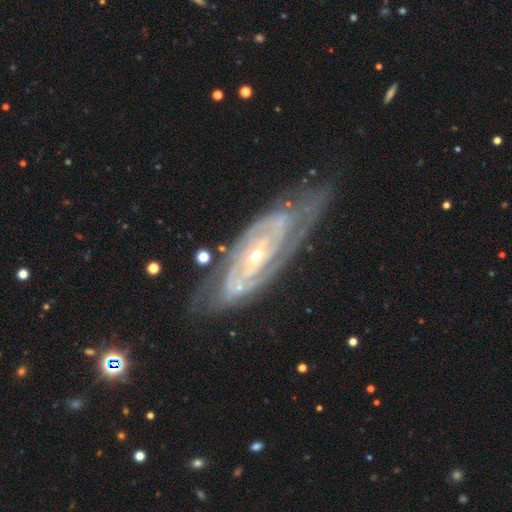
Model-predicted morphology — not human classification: A featured or disk galaxy (89%) with no bar (52%), 2 (50%) tight (67%) spiral arms (96%) and a small central bulge (74%). Merging: none (71%).